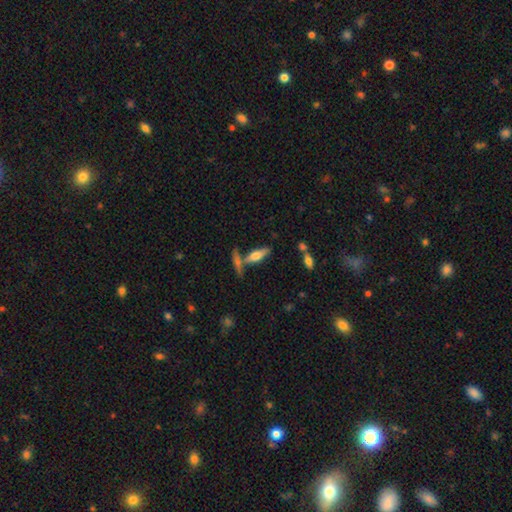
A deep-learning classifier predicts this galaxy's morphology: A smooth galaxy with no disk features (50%). Merging: none (60%).